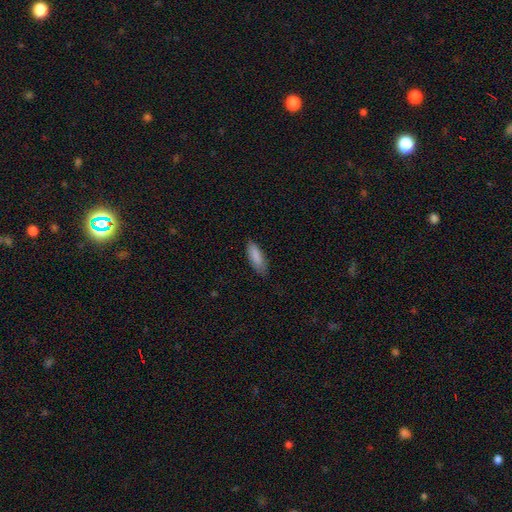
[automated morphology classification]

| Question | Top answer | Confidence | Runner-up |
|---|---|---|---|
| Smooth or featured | smooth | 86% | featured or disk (8%) |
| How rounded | in between | 67% | cigar-shaped (31%) |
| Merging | none | 78% | minor disturbance (18%) |